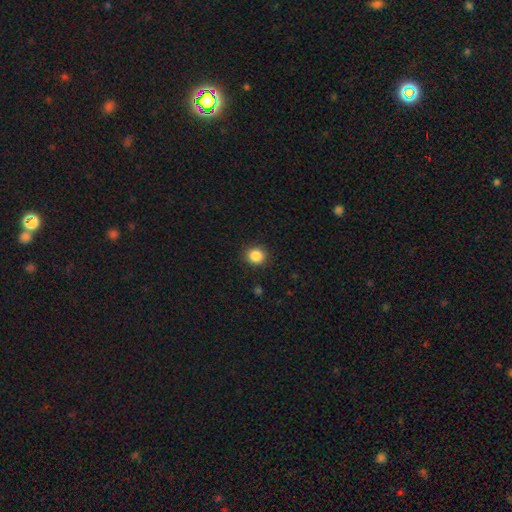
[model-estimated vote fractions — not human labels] A smooth galaxy with no disk features (86%) that is round (87%).

Vote fractions:
- Smooth or featured? smooth: 86% / star or artifact: 10% / featured or disk: 4%
- How rounded? round: 87% / in between: 12% / cigar-shaped: 1%
- Merging? none: 90% / minor disturbance: 7% / major disturbance: 2% / merger: 1%